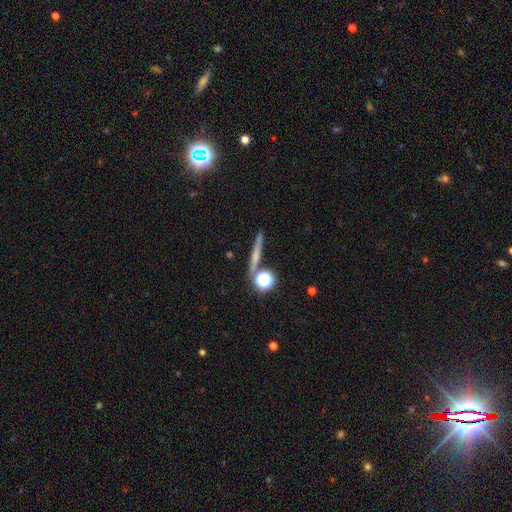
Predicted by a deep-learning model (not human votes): The model was most divided on "smooth or featured": featured or disk: 45%, smooth: 40%, star or artifact: 15%. More confident: merging — none (82%).